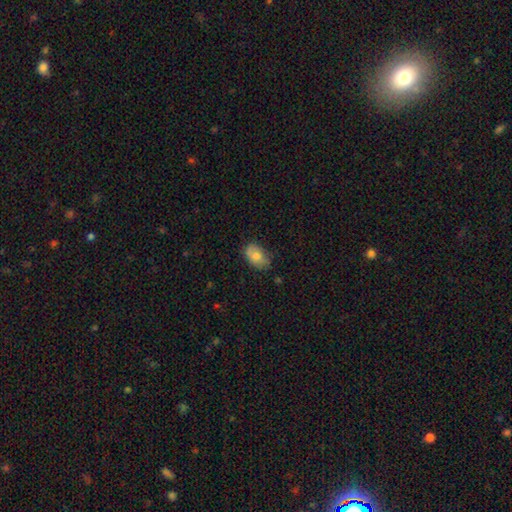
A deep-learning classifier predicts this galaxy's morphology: The model was most divided on "merging": none: 66%, minor disturbance: 27%, major disturbance: 5%, merger: 2%. More confident: how rounded — in between (88%); smooth or featured — smooth (75%).